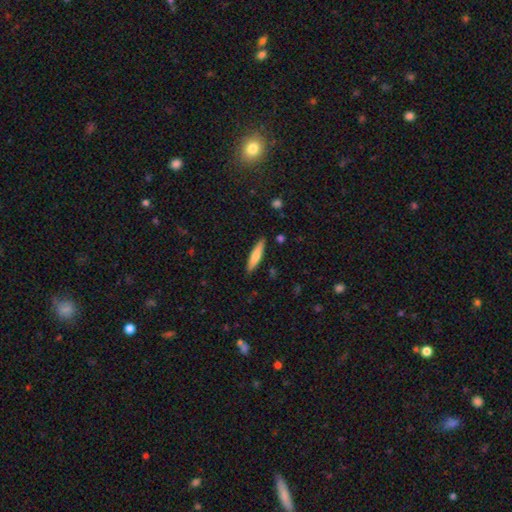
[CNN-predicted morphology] The model was most divided on "smooth or featured": smooth: 71%, featured or disk: 24%, star or artifact: 5%. More confident: merging — none (88%); how rounded — cigar-shaped (85%).